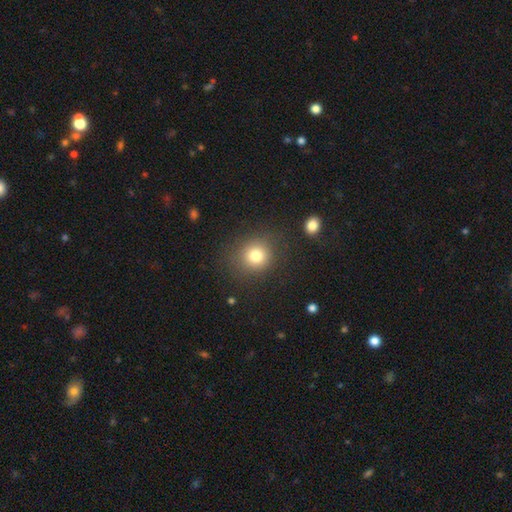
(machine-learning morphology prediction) A smooth galaxy with no disk features (80%) that is round (85%). Merging: none (83%).